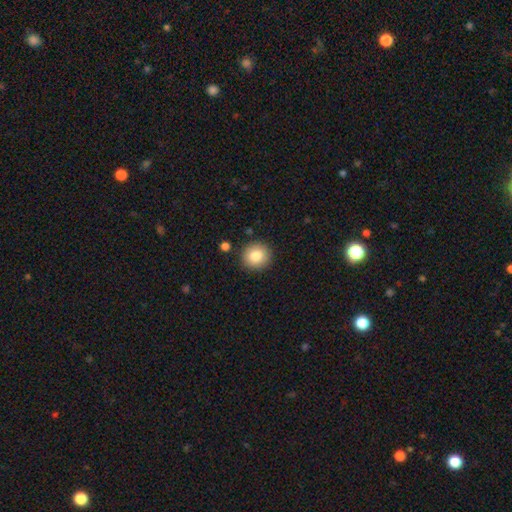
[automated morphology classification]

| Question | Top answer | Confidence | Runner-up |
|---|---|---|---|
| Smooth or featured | smooth | 83% | star or artifact (9%) |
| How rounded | round | 92% | in between (7%) |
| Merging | none | 89% | minor disturbance (7%) |